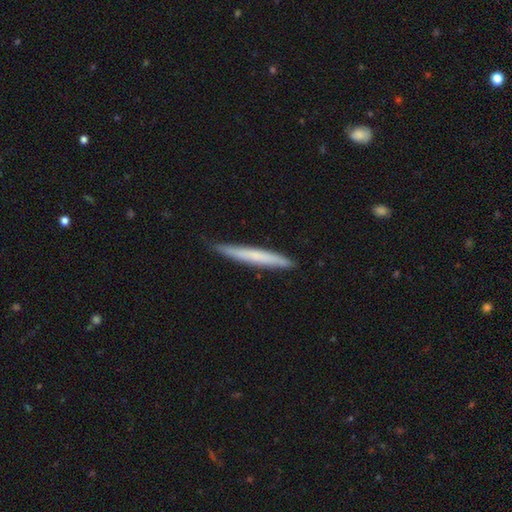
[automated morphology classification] This is possibly a smooth galaxy (59%). How rounded: clearly cigar-shaped (96%). Merging: clearly none (84%).